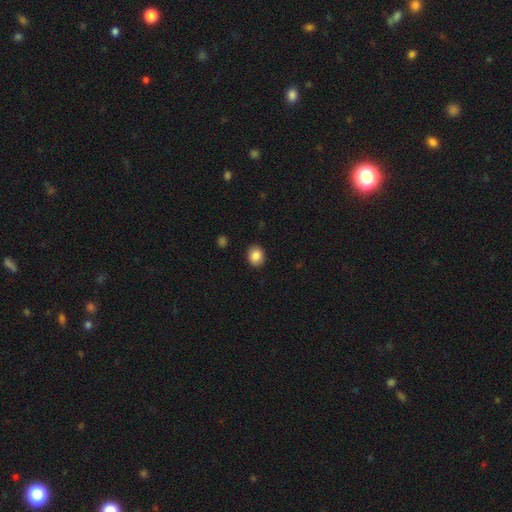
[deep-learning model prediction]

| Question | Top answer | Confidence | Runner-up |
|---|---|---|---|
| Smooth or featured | smooth | 87% | star or artifact (8%) |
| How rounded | round | 60% | in between (39%) |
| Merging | none | 90% | minor disturbance (7%) |